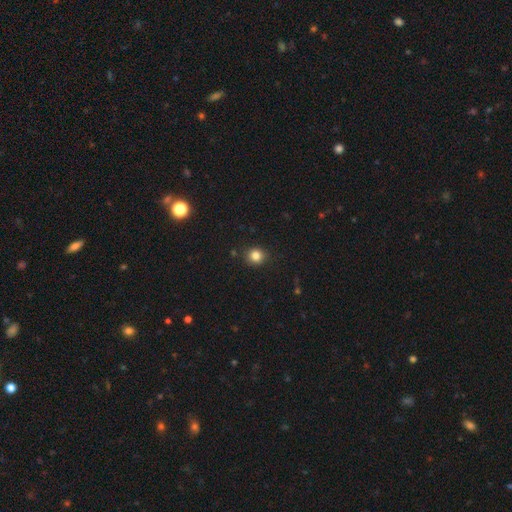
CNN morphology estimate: The model was most divided on "smooth or featured": smooth: 83%, star or artifact: 12%, featured or disk: 5%. More confident: merging — none (88%); how rounded — round (87%).